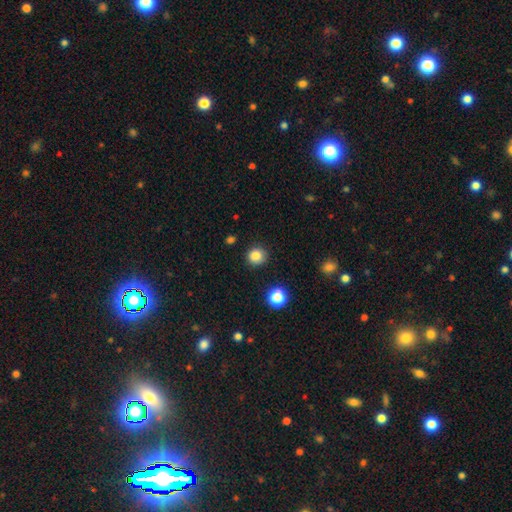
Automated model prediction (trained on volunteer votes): Smooth or featured?
  - smooth: 85% *
  - star or artifact: 11%
  - featured or disk: 4%
How rounded?
  - round: 91% *
  - in between: 8%
  - cigar-shaped: 1%
Merging?
  - none: 89% *
  - minor disturbance: 7%
  - major disturbance: 2%
  - merger: 2%